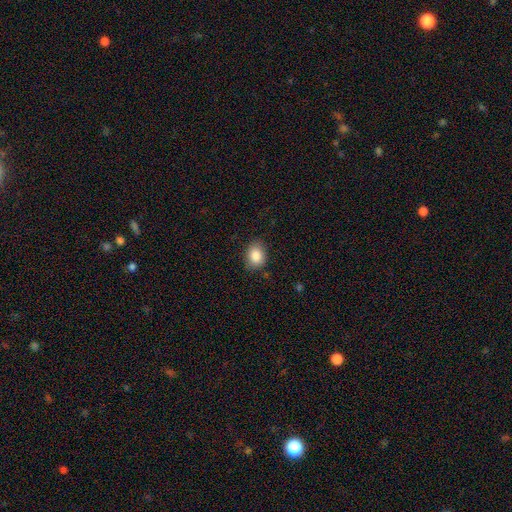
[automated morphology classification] smooth 86%, star or artifact 8%, featured or disk 6%. Down the decision tree: how rounded — in between (62%); merging — none (81%).